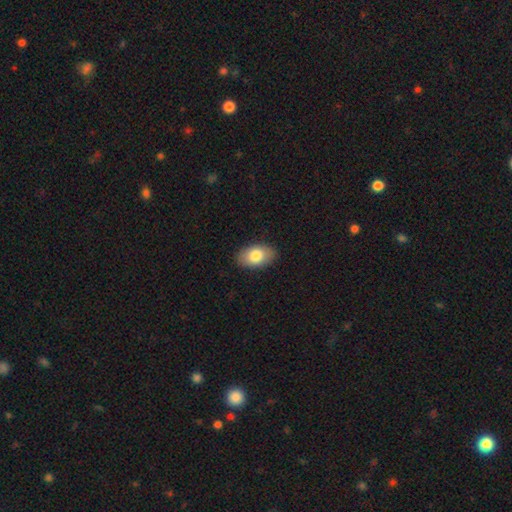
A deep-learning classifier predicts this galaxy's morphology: A smooth galaxy with no disk features (81%) that is in between round and cigar-shaped (92%).

Vote fractions:
- Smooth or featured? smooth: 81% / featured or disk: 13% / star or artifact: 7%
- How rounded? in between: 92% / round: 6% / cigar-shaped: 1%
- Merging? none: 88% / minor disturbance: 9% / major disturbance: 2% / merger: 1%